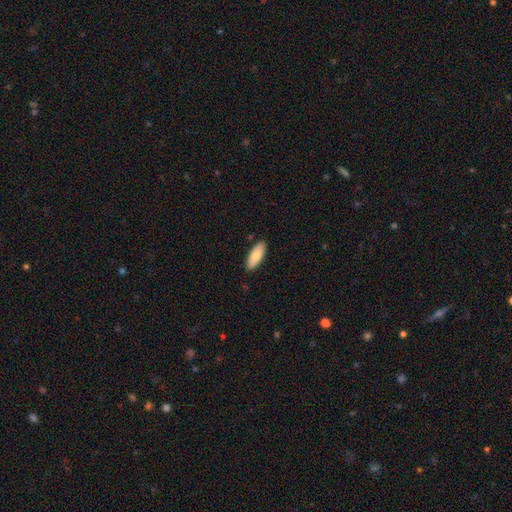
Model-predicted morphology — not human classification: Smooth or featured? smooth (82%)
How rounded? in between (76%)
Merging? none (88%)